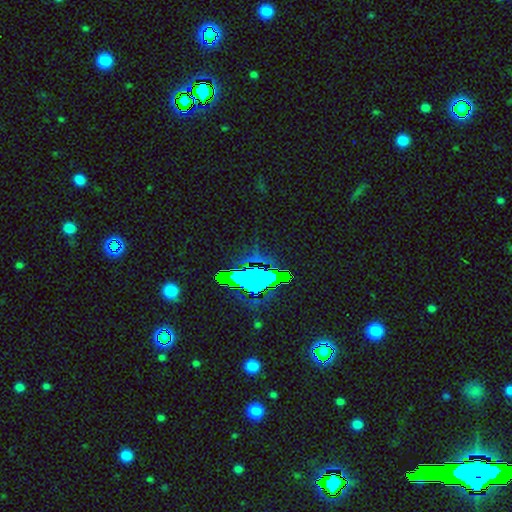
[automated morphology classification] This appears to be a star or artifact, not a galaxy (75%).